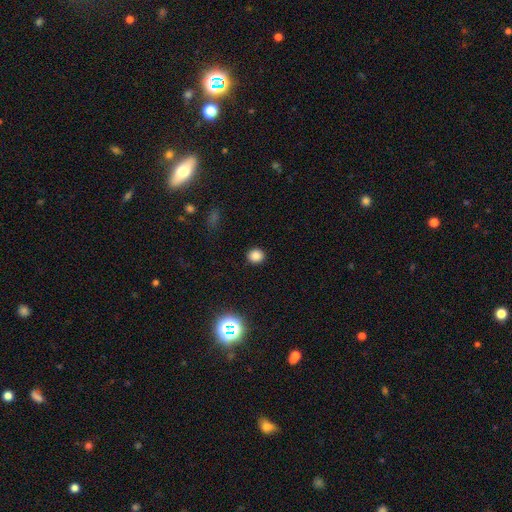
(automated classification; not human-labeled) This appears to be a smooth galaxy with no disk features (83%) that is round (84%). Merging: none (91%).